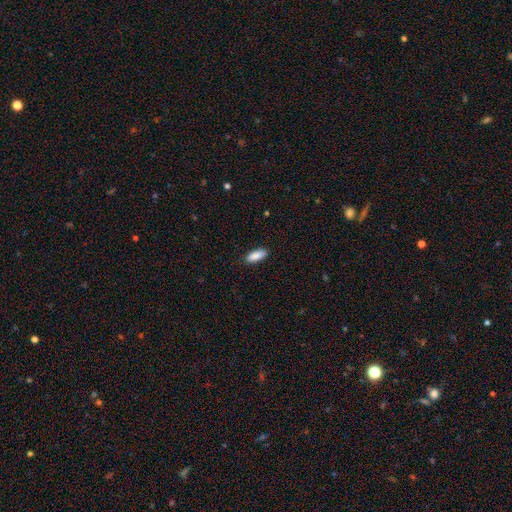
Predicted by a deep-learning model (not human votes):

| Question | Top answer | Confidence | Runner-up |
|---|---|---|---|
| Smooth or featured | smooth | 89% | star or artifact (6%) |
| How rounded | in between | 76% | cigar-shaped (22%) |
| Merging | none | 89% | minor disturbance (9%) |